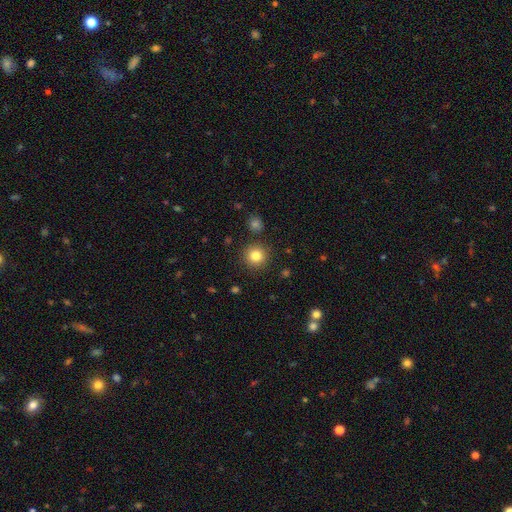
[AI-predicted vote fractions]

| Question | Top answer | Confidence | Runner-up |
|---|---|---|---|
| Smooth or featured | smooth | 83% | star or artifact (11%) |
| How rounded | round | 94% | in between (5%) |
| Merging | none | 89% | minor disturbance (6%) |